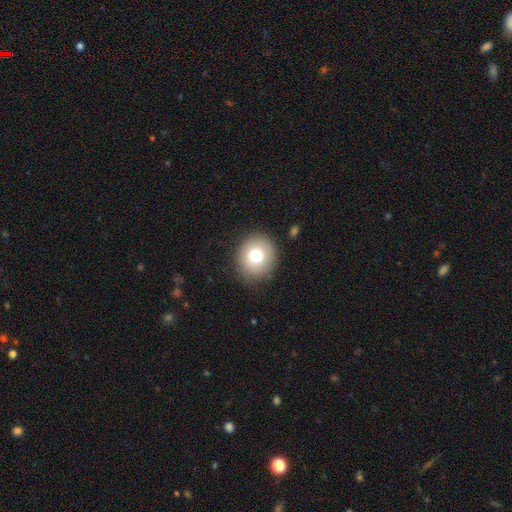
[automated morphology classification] A smooth galaxy with no disk features (75%) that is round (81%). Merging: none (87%).